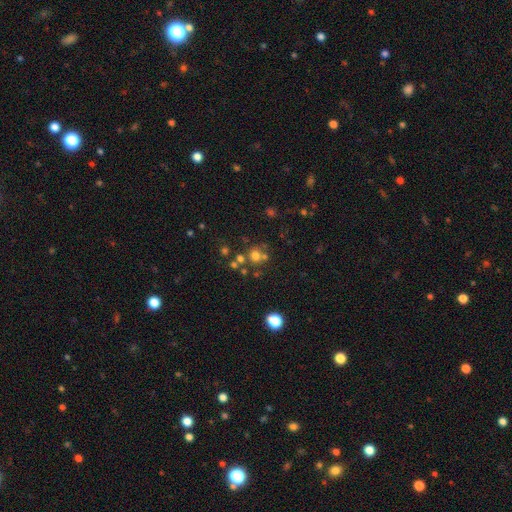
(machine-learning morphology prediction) The model was most divided on "merging": none: 62%, merger: 23%, minor disturbance: 9%, major disturbance: 5%. More confident: how rounded — round (87%); smooth or featured — smooth (64%).